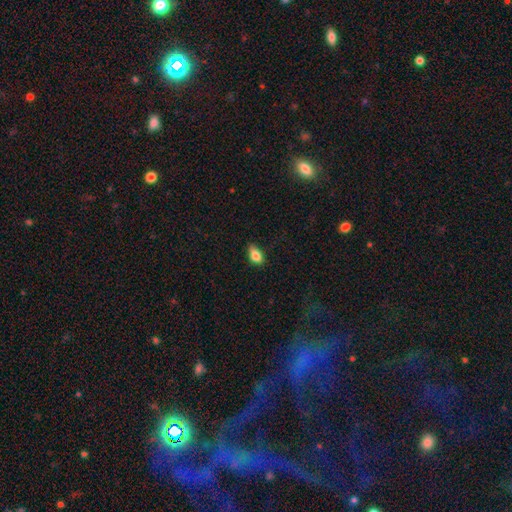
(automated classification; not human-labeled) Smooth or featured? Predicted: smooth (p=0.81). How rounded? Predicted: in between (p=0.87). Merging? Predicted: none (p=0.71).